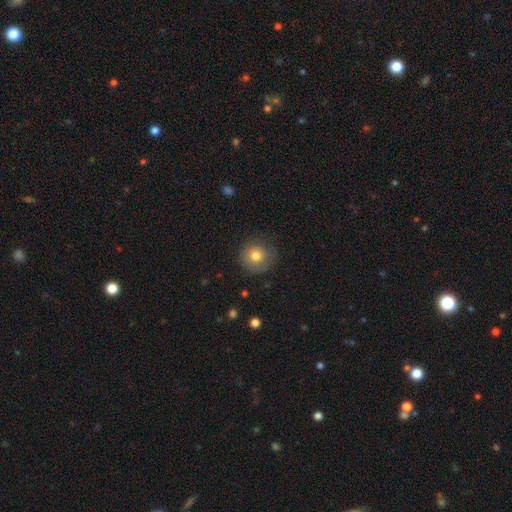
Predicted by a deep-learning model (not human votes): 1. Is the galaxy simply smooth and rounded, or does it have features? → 76% smooth, 14% featured or disk, 10% star or artifact.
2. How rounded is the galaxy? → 93% round, 6% in between, 1% cigar-shaped.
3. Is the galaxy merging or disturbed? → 79% none, 15% minor disturbance, 5% major disturbance, 1% merger.